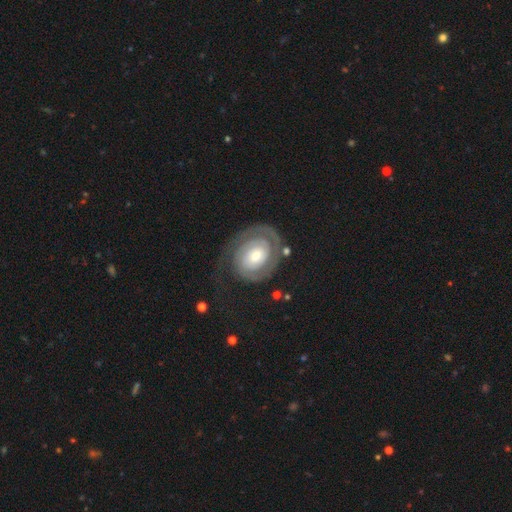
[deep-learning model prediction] Overall: featured or disk (83%). Edge-on disk: no (97%). Bar: no (71%). Spiral arms: yes (91%). Spiral arm count: 2 (39%; 1 35%). Spiral winding: tight (75%). Bulge size: moderate (46%; small 41%). Merging: none (64%).